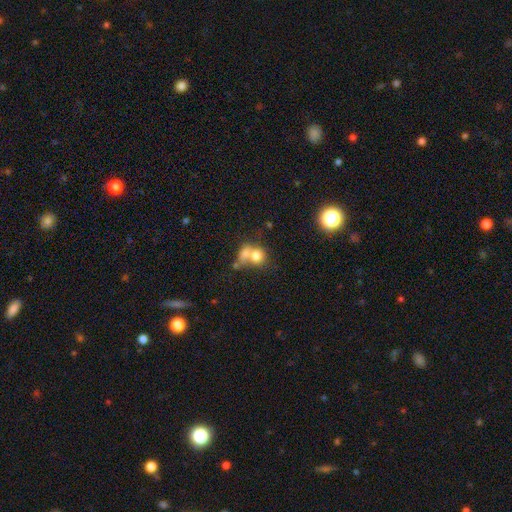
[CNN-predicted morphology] Smooth or featured? Predicted: smooth (p=0.73). How rounded? Predicted: round (p=0.64). Merging? Predicted: merger (p=0.58).